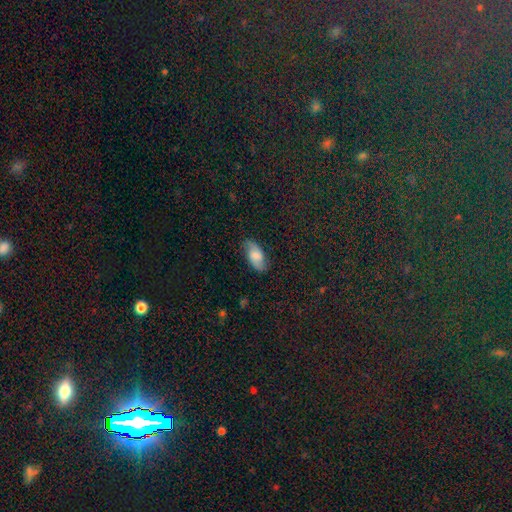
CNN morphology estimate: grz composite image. It shows a smooth galaxy with no disk features (56%) that is in between round and cigar-shaped (91%). Merging: none (80%).